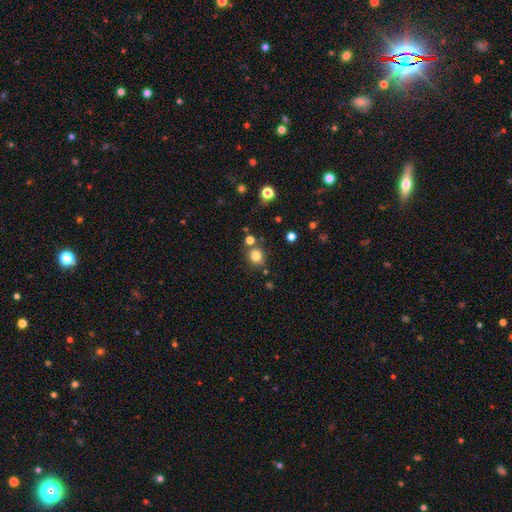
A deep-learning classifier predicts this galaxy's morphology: A smooth galaxy with no disk features (81%) that is round (85%). Merging: none (76%).